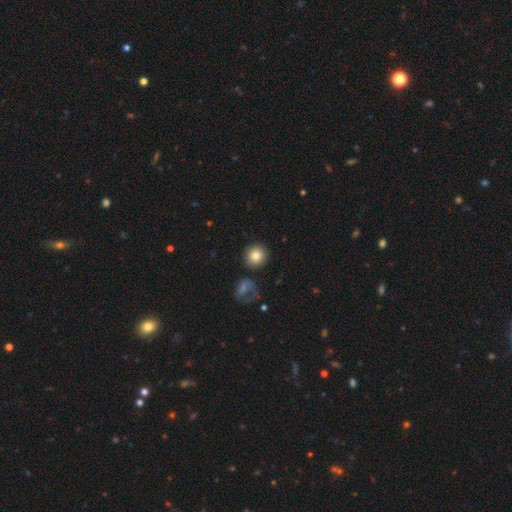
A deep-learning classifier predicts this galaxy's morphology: Smooth or featured? Predicted: smooth (p=0.82). How rounded? Predicted: round (p=0.91). Merging? Predicted: none (p=0.85).